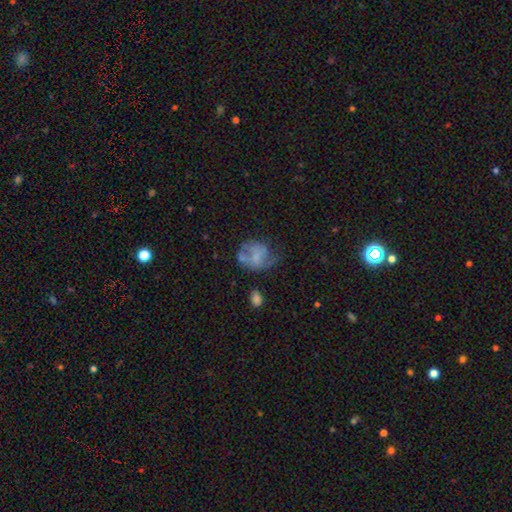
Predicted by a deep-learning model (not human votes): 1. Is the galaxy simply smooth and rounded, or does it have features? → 45% featured or disk, 44% smooth, 11% star or artifact.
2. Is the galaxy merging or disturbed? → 34% none, 32% major disturbance, 27% minor disturbance, 8% merger.